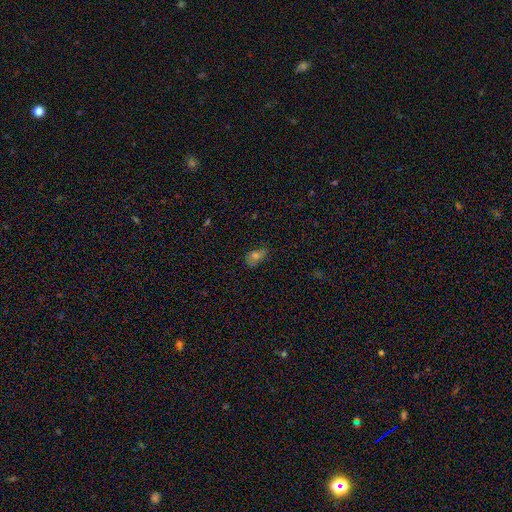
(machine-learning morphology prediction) This is likely a smooth galaxy (64%). How rounded: likely in between (80%). Merging: possibly none (55%).